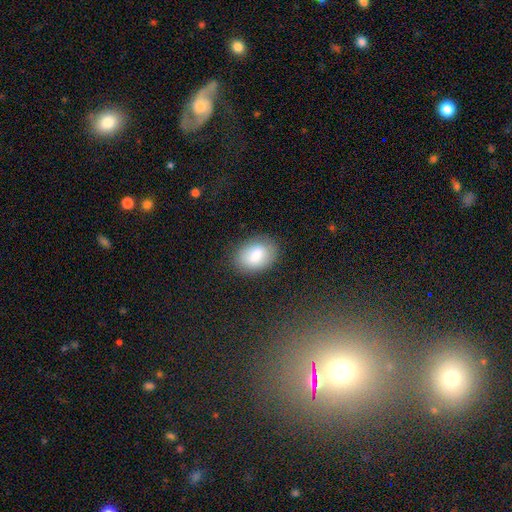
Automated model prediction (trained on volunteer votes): A smooth galaxy with no disk features (83%) that is in between round and cigar-shaped (83%). Merging: none (84%).